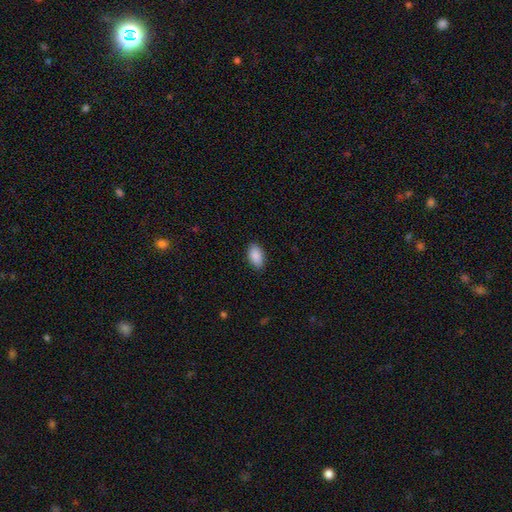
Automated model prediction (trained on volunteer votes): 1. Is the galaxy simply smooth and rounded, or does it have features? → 90% smooth, 7% star or artifact, 4% featured or disk.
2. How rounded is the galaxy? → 94% in between, 4% round, 2% cigar-shaped.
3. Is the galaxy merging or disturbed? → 88% none, 9% minor disturbance, 2% major disturbance, 1% merger.